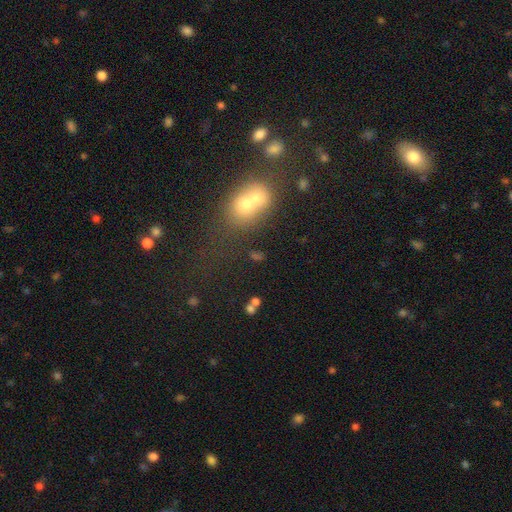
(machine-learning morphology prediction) Smooth or featured?
  - smooth: 57% *
  - star or artifact: 23%
  - featured or disk: 19%
How rounded?
  - in between: 51% *
  - round: 45%
  - cigar-shaped: 3%
Merging?
  - merger: 59% *
  - none: 29%
  - minor disturbance: 7%
  - major disturbance: 5%